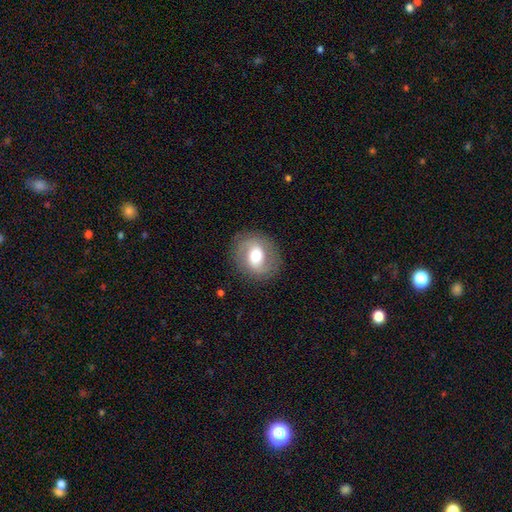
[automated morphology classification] Q: Smooth or featured?
A: featured or disk (46%); tied with: smooth (46%)
Q: Merging?
A: none (83%); runner-up: minor disturbance (11%)